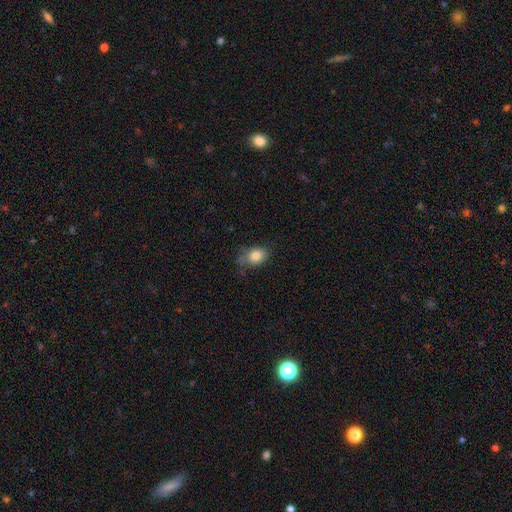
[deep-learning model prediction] A smooth galaxy with no disk features (81%) that is in between round and cigar-shaped (65%). Merging: none (57%).